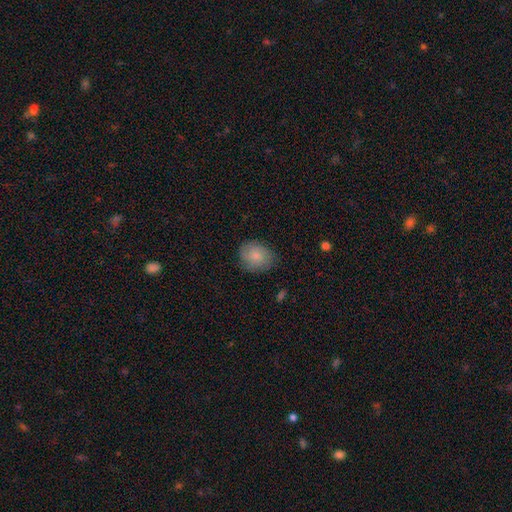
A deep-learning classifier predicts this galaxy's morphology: smooth 82%, featured or disk 12%, star or artifact 7%. Down the decision tree: how rounded — round (62%); merging — none (80%).